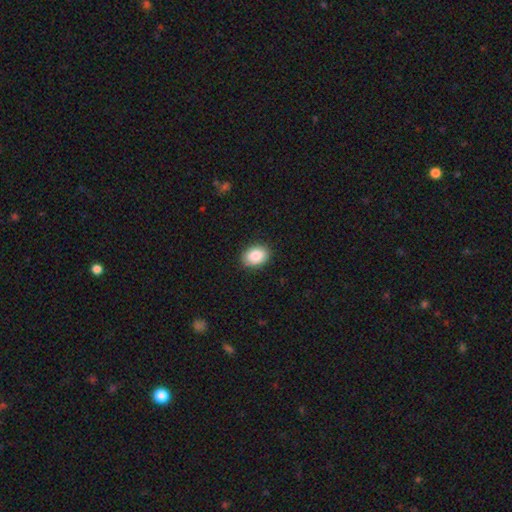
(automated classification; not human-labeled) The model was most divided on "how rounded": in between: 72%, round: 27%, cigar-shaped: 1%. More confident: merging — none (89%); smooth or featured — smooth (87%).